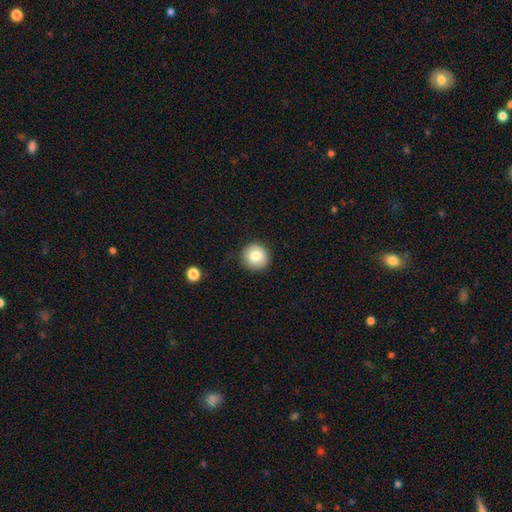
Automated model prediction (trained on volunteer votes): This is clearly a smooth galaxy (80%). How rounded: clearly round (93%). Merging: clearly none (90%).